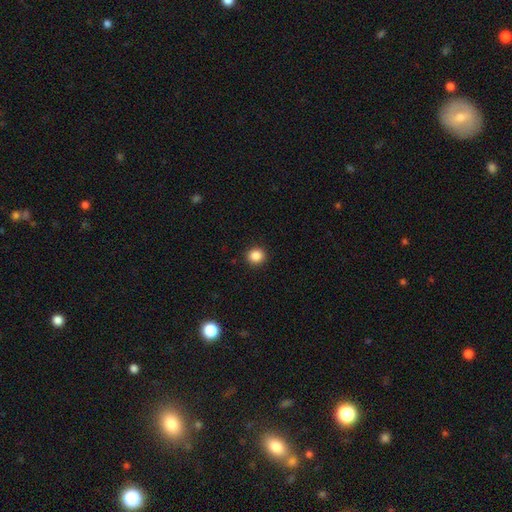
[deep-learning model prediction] A smooth galaxy with no disk features (86%) that is round (90%).

Vote fractions:
- Smooth or featured? smooth: 86% / star or artifact: 10% / featured or disk: 3%
- How rounded? round: 90% / in between: 9% / cigar-shaped: 1%
- Merging? none: 92% / minor disturbance: 5% / major disturbance: 2% / merger: 1%